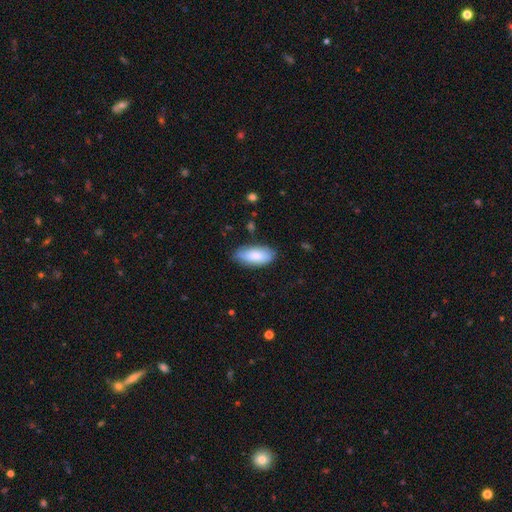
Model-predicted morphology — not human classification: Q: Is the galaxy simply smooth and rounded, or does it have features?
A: smooth — 81%.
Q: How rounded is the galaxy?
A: in between — 88%.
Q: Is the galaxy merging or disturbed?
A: none — 75%.